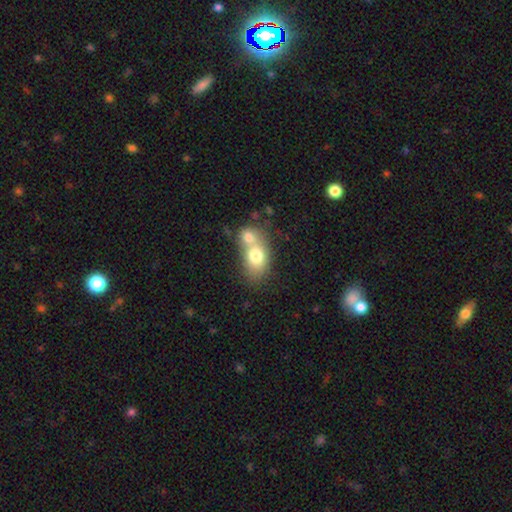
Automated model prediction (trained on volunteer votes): Smooth or featured: smooth — 72% (featured or disk — 20%)
How rounded: in between — 73% (round — 26%)
Merging: merger — 65% (none — 23%)